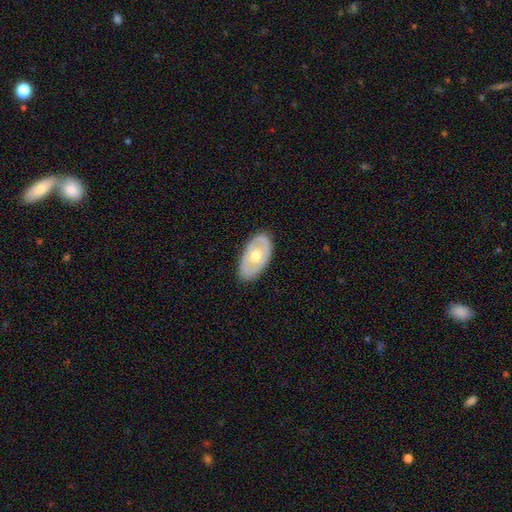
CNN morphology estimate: The model was most divided on "smooth or featured": featured or disk: 56%, smooth: 39%, star or artifact: 5%. More confident: edge-on disk — no (87%); merging — none (83%).